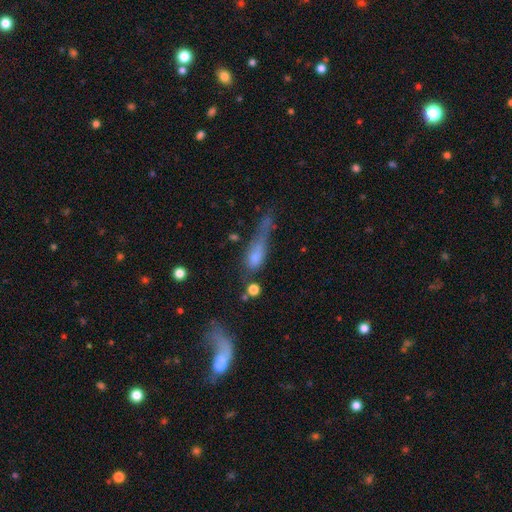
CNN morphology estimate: Smooth or featured? Predicted: smooth (p=0.62). How rounded? Predicted: in between (p=0.48). Merging? Predicted: major disturbance (p=0.39).